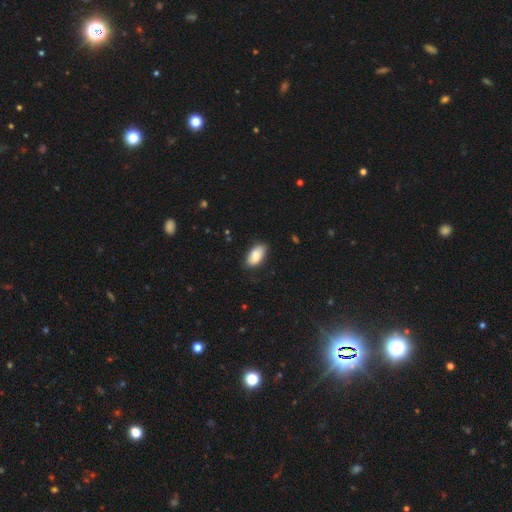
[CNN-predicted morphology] This appears to be a smooth galaxy with no disk features (87%) that is in between round and cigar-shaped (94%). Merging: none (78%).